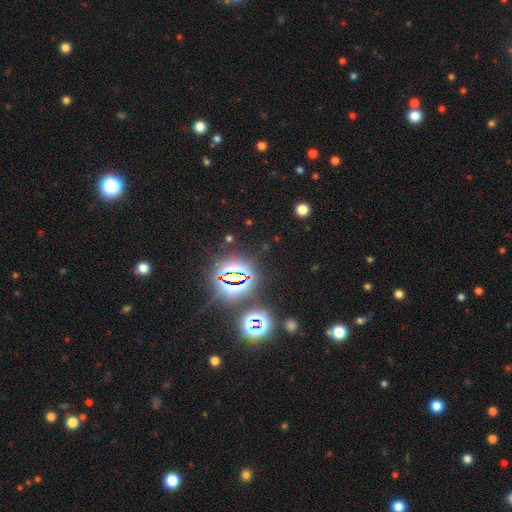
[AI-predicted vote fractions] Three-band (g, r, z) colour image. It shows a star or artifact, not a galaxy (78%).